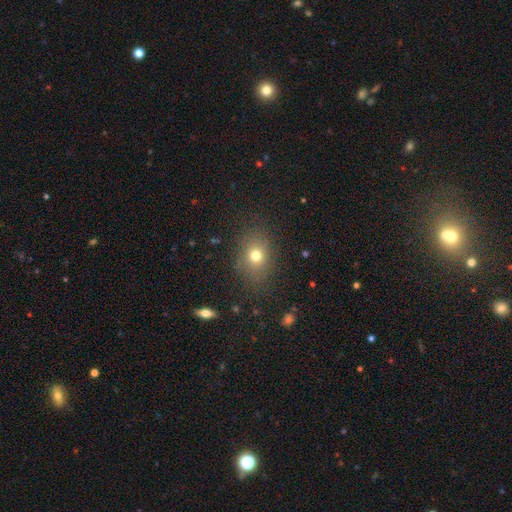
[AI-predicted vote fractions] Morphology: type=smooth (73%); roundness=round (50%); merging=none (81%).